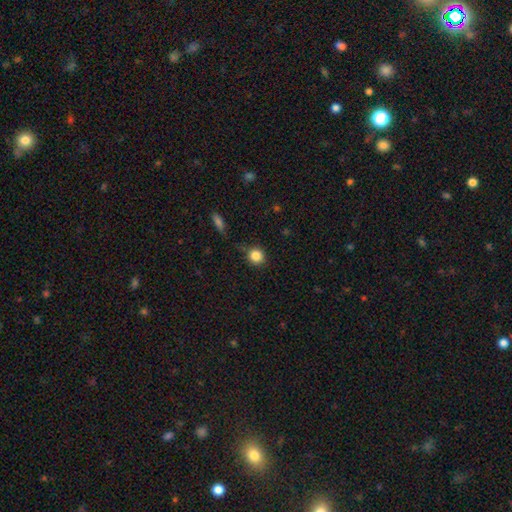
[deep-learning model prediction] Smooth or featured: smooth — 85% (star or artifact — 10%)
How rounded: round — 90% (in between — 9%)
Merging: none — 79% (minor disturbance — 15%)